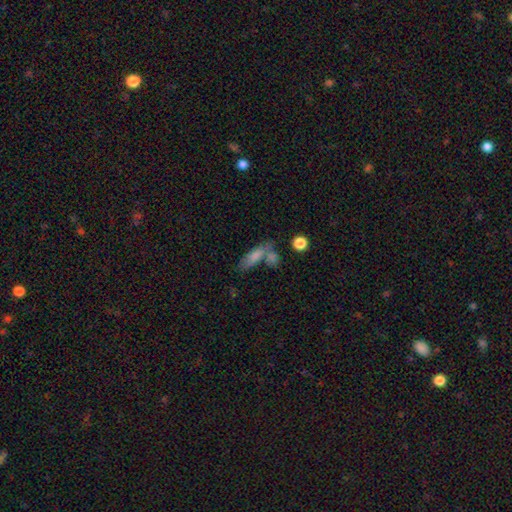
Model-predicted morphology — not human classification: smooth_or_featured: smooth (p=0.77) [alt: featured or disk p=0.14]
how_rounded: in between (p=0.59) [alt: cigar-shaped p=0.37]
merging: none (p=0.46) [alt: merger p=0.32]